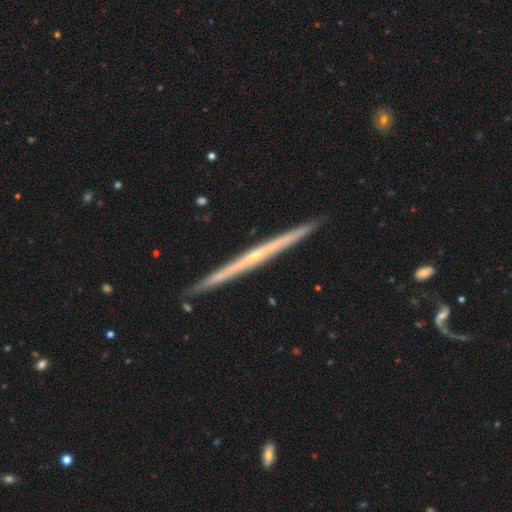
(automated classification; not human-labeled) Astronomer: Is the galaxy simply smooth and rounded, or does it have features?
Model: featured or disk — 77%.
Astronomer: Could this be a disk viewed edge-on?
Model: yes — 98%.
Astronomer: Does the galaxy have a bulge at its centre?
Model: none — 61%.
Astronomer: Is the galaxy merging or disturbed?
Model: none — 92%.